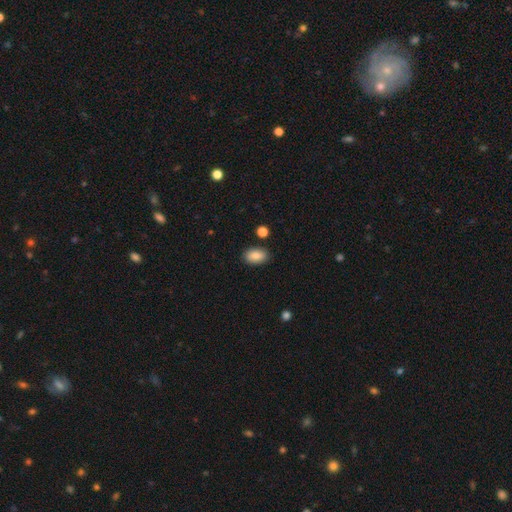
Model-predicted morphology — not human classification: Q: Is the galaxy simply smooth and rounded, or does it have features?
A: smooth — 87%.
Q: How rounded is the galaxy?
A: in between — 91%.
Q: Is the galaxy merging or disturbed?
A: none — 87%.